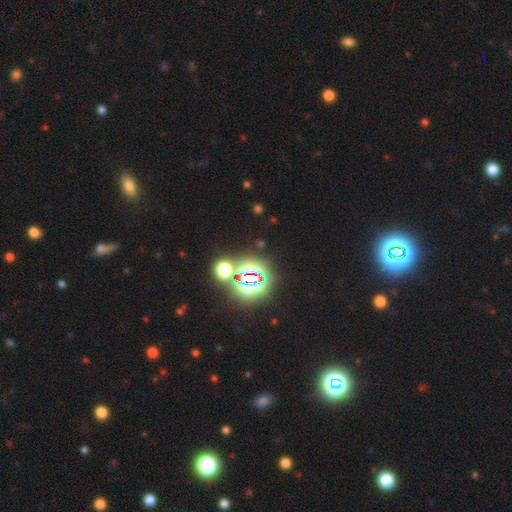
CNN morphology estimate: A star or artifact, not a galaxy (76%).